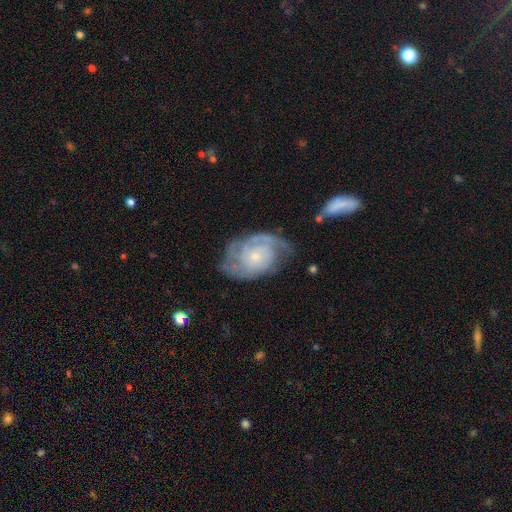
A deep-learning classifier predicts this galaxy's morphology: A featured or disk galaxy (83%) with no bar (76%), 2 (31%) tight (60%) spiral arms (94%) and a small central bulge (74%).

Vote fractions:
- Smooth or featured? featured or disk: 83% / smooth: 12% / star or artifact: 6%
- Edge-on disk? no: 97% / yes: 3%
- Bar? no: 76% / weak: 21% / strong: 3%
- Spiral arms? yes: 94% / no: 6%
- Spiral winding? tight: 60% / medium: 31% / loose: 9%
- Spiral arm count? 2: 31% / can't tell: 30% / 3: 20% / 4: 8% / 1: 6% / more than 4: 5%
- Bulge size? small: 74% / moderate: 19% / none: 4% / large: 2% / dominant: 1%
- Merging? none: 62% / minor disturbance: 23% / major disturbance: 13% / merger: 3%